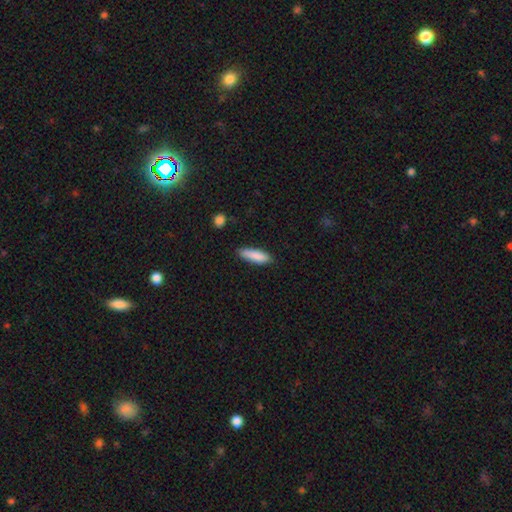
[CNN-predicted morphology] Smooth or featured? smooth (87%)
How rounded? cigar-shaped (62%)
Merging? none (83%)